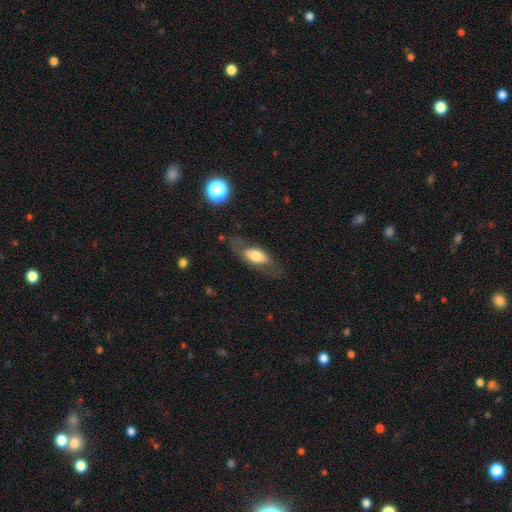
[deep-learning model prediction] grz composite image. It shows a smooth galaxy with no disk features (59%) that is in between round and cigar-shaped (80%). Merging: none (64%).